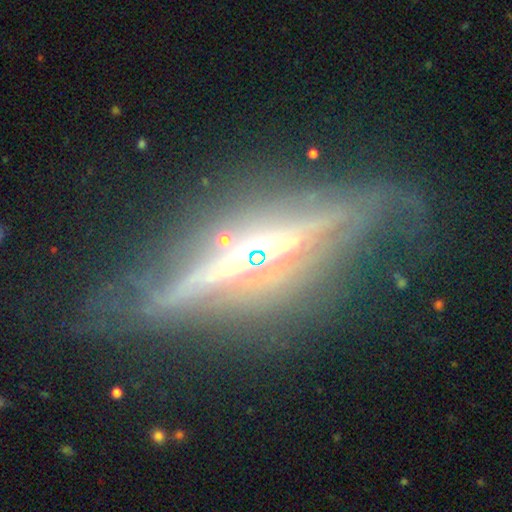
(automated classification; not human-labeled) Morphology: type=featured or disk (82%); edge-on=yes (86%); edge-on bulge=rounded (70%); merging=none (62%).